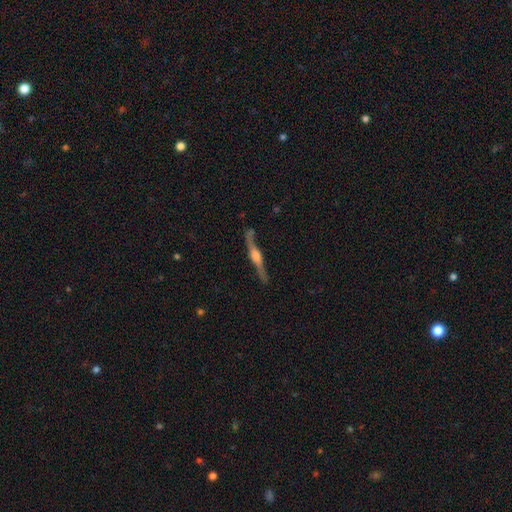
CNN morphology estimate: The model was most divided on "edge-on bulge": rounded: 82%, boxy: 14%, none: 4%. More confident: edge-on disk — yes (96%); smooth or featured — featured or disk (83%); merging — none (81%).